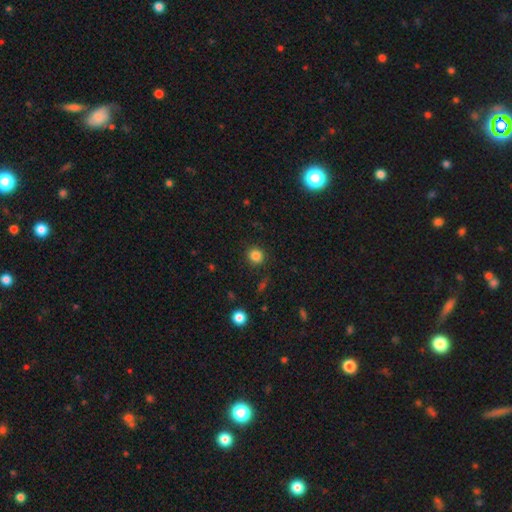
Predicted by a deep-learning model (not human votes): smooth_or_featured: smooth (p=0.84) [alt: star or artifact p=0.12]
how_rounded: round (p=0.89) [alt: in between p=0.10]
merging: none (p=0.88) [alt: minor disturbance p=0.08]